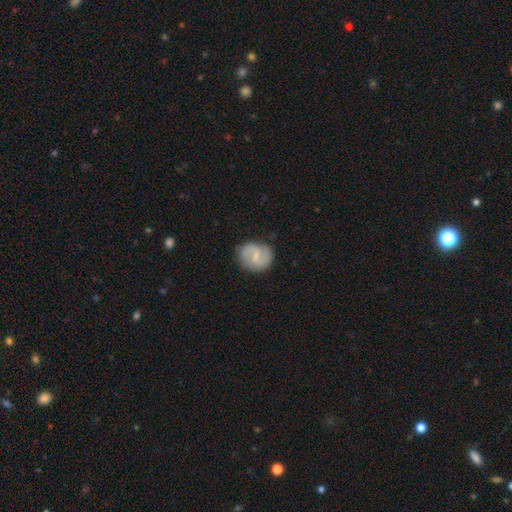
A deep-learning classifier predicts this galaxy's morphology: The model was most divided on "spiral winding": medium: 50%, loose: 28%, tight: 22%. More confident: edge-on disk — no (98%); spiral arms — yes (89%); spiral arm count — 2 (88%); merging — none (81%); smooth or featured — featured or disk (65%); bulge size — small (61%); bar — weak (60%).